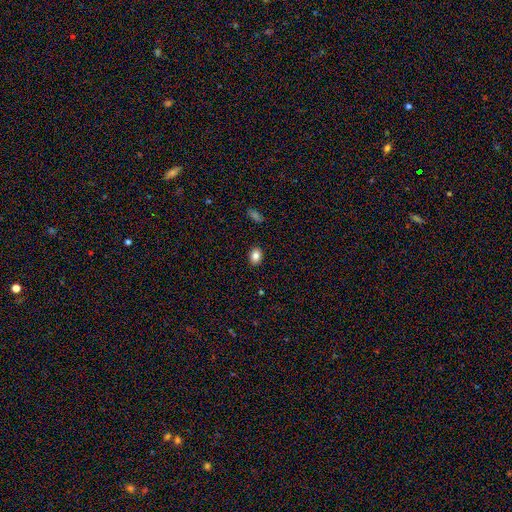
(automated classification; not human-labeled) Overall: smooth (84%). How rounded: in between (74%). Merging: none (89%).